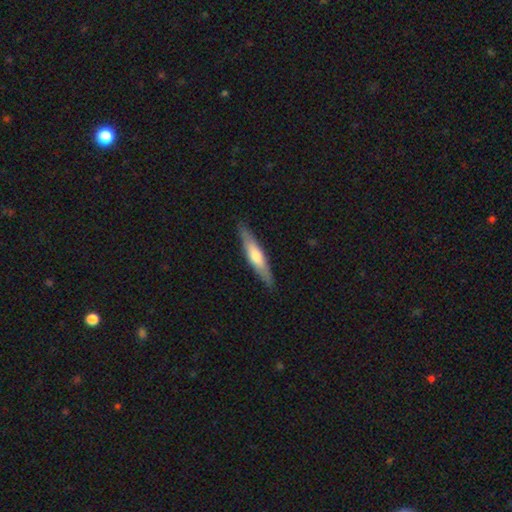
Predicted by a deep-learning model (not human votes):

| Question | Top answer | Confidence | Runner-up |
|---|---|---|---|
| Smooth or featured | smooth | 52% | featured or disk (43%) |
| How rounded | cigar-shaped | 85% | in between (14%) |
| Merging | none | 88% | minor disturbance (9%) |